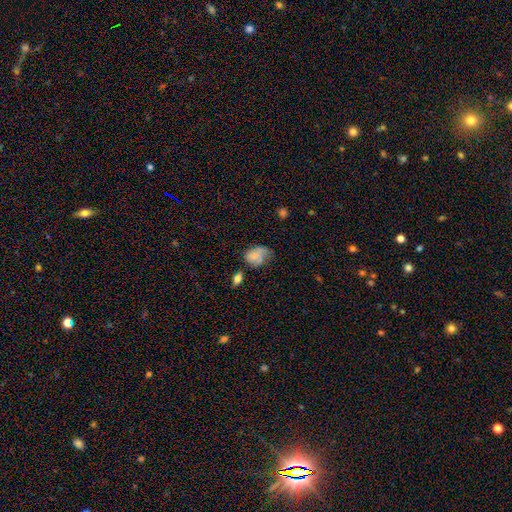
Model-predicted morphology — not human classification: This is likely a smooth galaxy (68%). How rounded: likely in between (70%). Merging: marginally minor disturbance (37%).